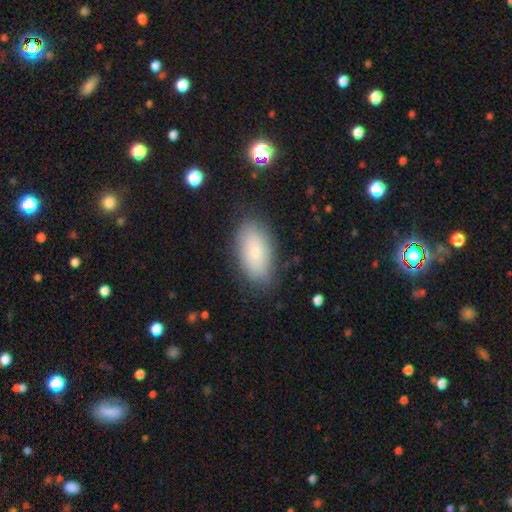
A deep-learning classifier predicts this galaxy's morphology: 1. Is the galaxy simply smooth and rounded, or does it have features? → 81% smooth, 10% featured or disk, 9% star or artifact.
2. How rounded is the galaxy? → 92% in between, 5% cigar-shaped, 3% round.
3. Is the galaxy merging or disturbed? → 84% none, 11% minor disturbance, 3% major disturbance, 1% merger.